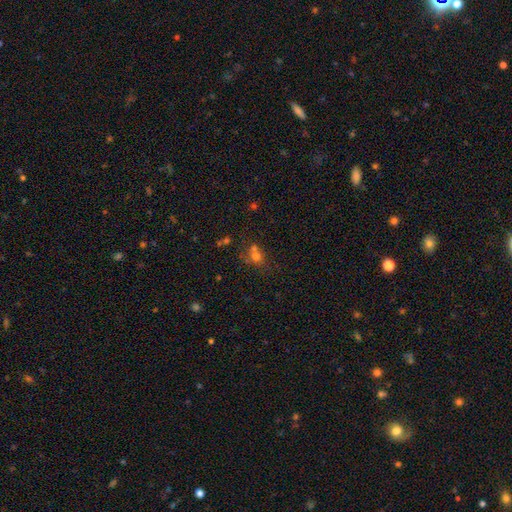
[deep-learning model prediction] Smooth or featured? smooth (61%)
How rounded? round (59%)
Merging? merger (43%)